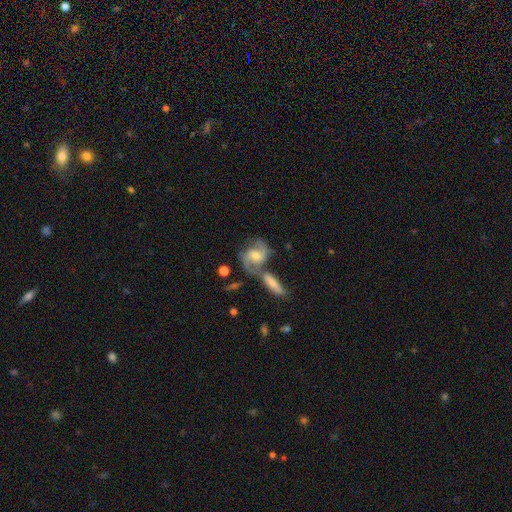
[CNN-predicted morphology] featured or disk 81%, smooth 13%, star or artifact 6%. Down the decision tree: edge-on disk — no (95%); bar — weak (47%); spiral arms — yes (96%); spiral arm count — 2 (88%); spiral winding — medium (57%); bulge size — moderate (55%); merging — none (47%).